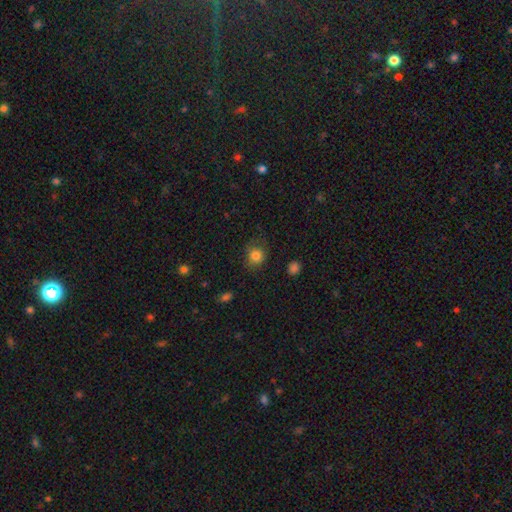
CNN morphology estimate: A smooth galaxy with no disk features (83%) that is round (81%). Merging: none (73%).